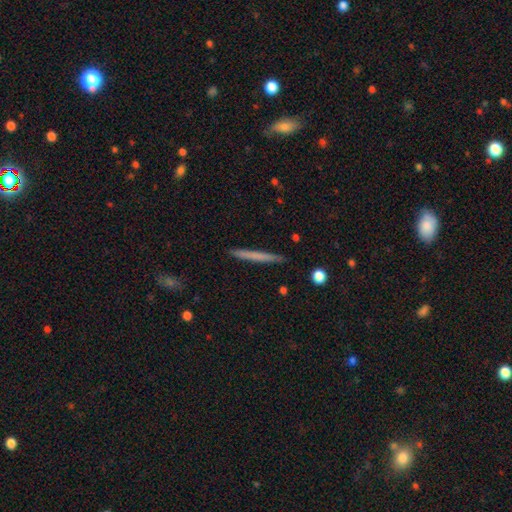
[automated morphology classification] The model was most divided on "smooth or featured": smooth: 62%, featured or disk: 33%, star or artifact: 6%. More confident: how rounded — cigar-shaped (97%); merging — none (91%).